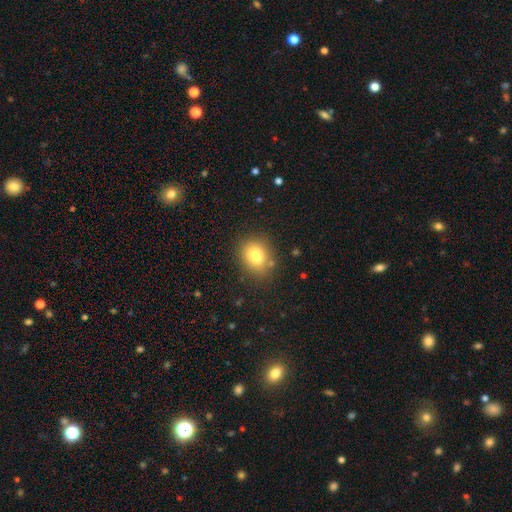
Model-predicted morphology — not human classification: Smooth or featured?
  - smooth: 72% *
  - featured or disk: 17%
  - star or artifact: 11%
How rounded?
  - round: 54% *
  - in between: 45%
  - cigar-shaped: 1%
Merging?
  - none: 55% *
  - merger: 27%
  - minor disturbance: 14%
  - major disturbance: 5%